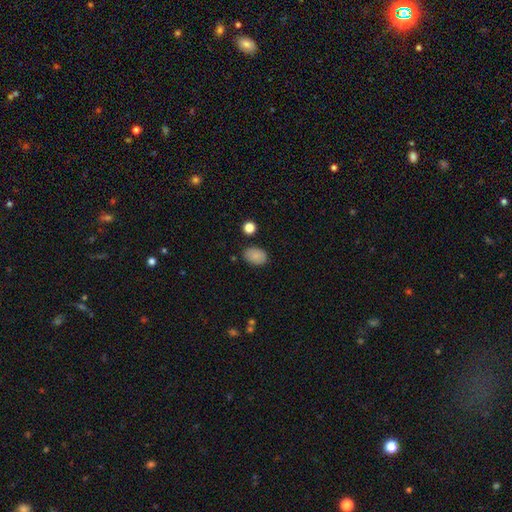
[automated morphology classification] This is clearly a smooth galaxy (85%). How rounded: clearly in between (82%). Merging: clearly none (82%).